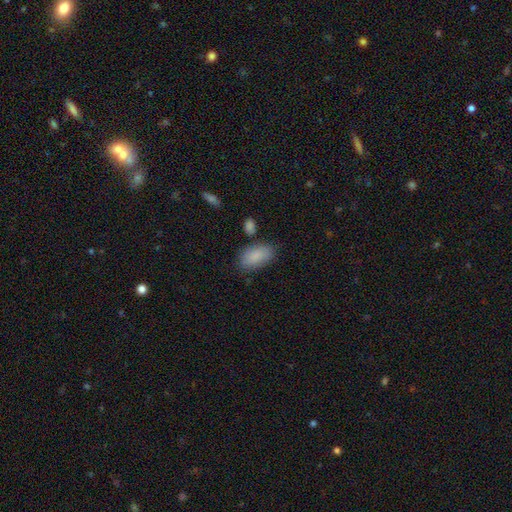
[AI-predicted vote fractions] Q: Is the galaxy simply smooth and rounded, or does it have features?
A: smooth — 88%.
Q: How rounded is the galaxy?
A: in between — 94%.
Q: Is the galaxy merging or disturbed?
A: none — 74%.